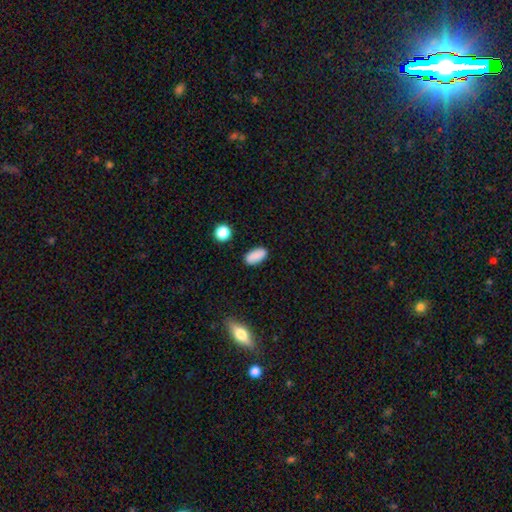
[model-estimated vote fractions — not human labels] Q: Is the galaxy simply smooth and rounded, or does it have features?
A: smooth — 86%.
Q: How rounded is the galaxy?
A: in between — 90%.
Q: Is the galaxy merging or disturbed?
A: none — 86%.